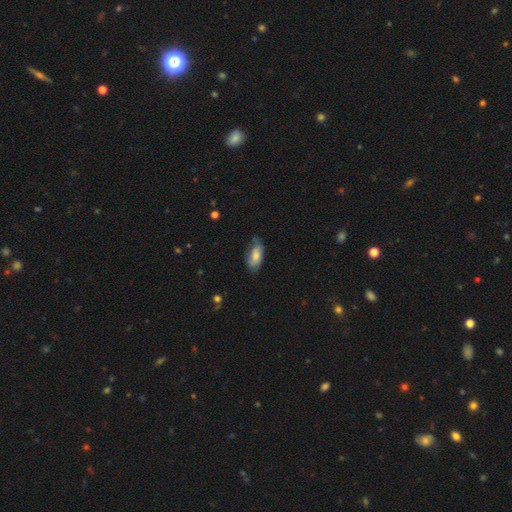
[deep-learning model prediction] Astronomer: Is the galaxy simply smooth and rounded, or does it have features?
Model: smooth — 74%.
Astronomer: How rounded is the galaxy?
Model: in between — 88%.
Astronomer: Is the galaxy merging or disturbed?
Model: none — 57% (runner-up: minor disturbance, 33%).